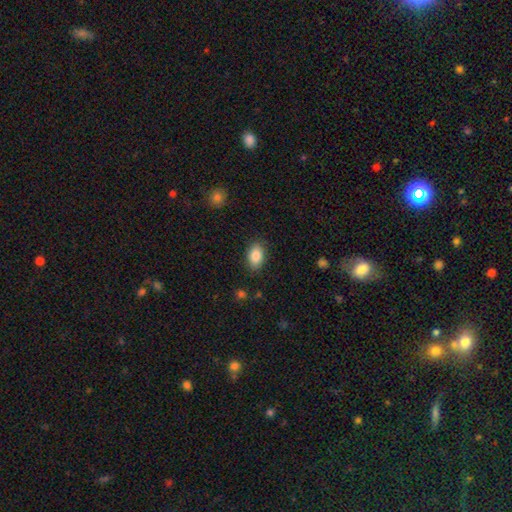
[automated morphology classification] smooth_or_featured: smooth (p=0.86) [alt: star or artifact p=0.07]
how_rounded: in between (p=0.89) [alt: round p=0.09]
merging: none (p=0.86) [alt: minor disturbance p=0.10]